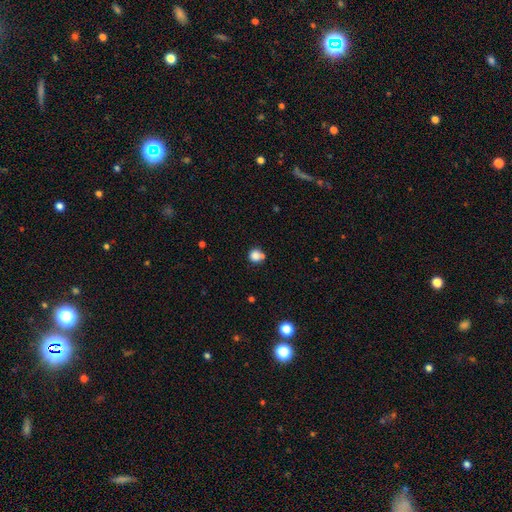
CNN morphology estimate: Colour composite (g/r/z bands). It shows a smooth galaxy with no disk features (82%) that is round (90%). Merging: none (62%).